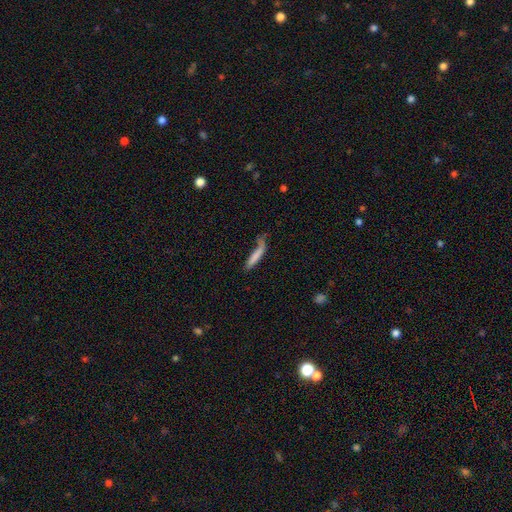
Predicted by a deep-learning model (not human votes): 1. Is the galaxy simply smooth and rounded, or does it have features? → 76% smooth, 17% featured or disk, 7% star or artifact.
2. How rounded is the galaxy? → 87% cigar-shaped, 11% in between, 2% round.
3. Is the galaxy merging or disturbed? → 49% none, 26% minor disturbance, 17% major disturbance, 7% merger.